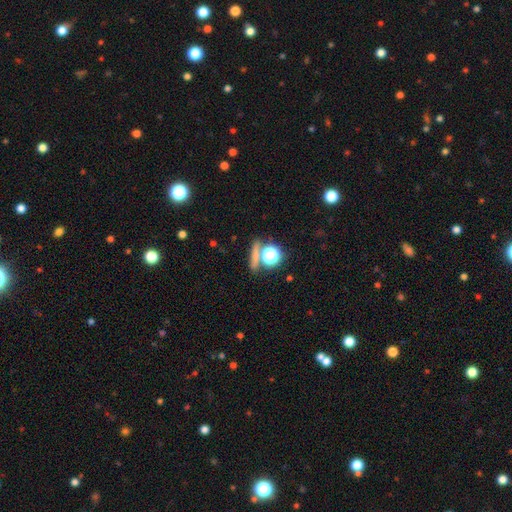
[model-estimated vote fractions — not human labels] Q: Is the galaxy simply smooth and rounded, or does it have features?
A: smooth — 56%.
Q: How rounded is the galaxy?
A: round — 47%.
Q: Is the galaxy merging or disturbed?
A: none — 71%.